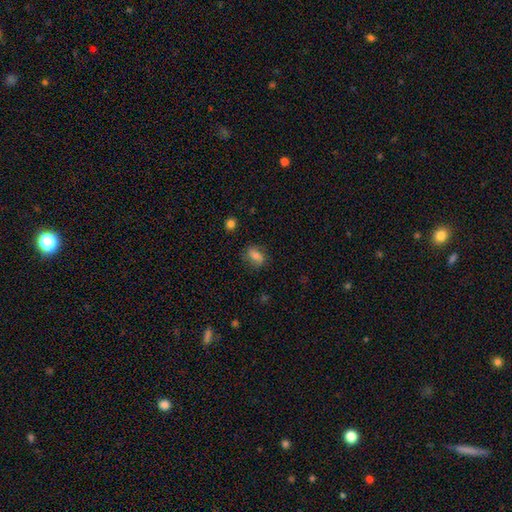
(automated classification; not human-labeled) The model was most divided on "how rounded": in between: 75%, round: 22%, cigar-shaped: 3%. More confident: merging — none (76%); smooth or featured — smooth (73%).